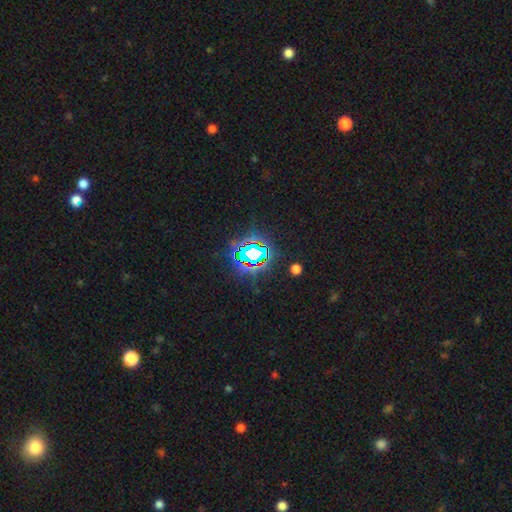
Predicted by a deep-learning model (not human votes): Smooth or featured? Predicted: star or artifact (p=0.74).